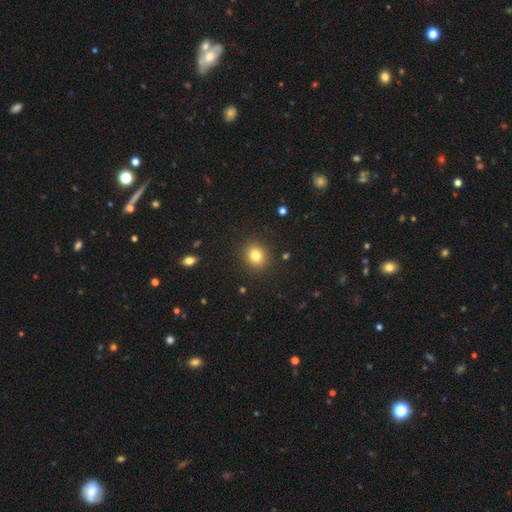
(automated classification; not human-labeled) Smooth or featured?
  - smooth: 81% *
  - star or artifact: 12%
  - featured or disk: 8%
How rounded?
  - round: 73% *
  - in between: 26%
  - cigar-shaped: 1%
Merging?
  - none: 90% *
  - minor disturbance: 7%
  - major disturbance: 2%
  - merger: 1%